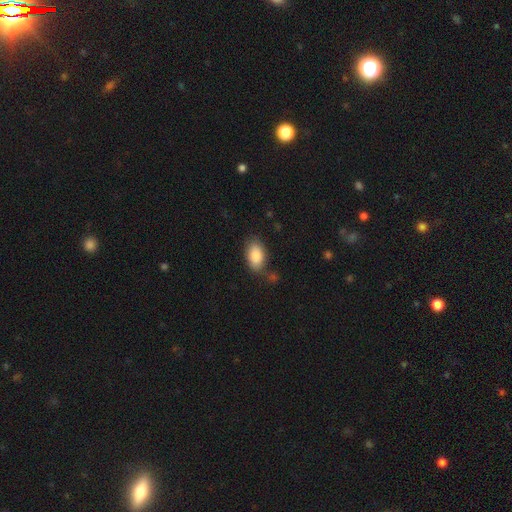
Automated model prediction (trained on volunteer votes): This appears to be a smooth galaxy with no disk features (86%) that is in between round and cigar-shaped (93%). Merging: none (72%).